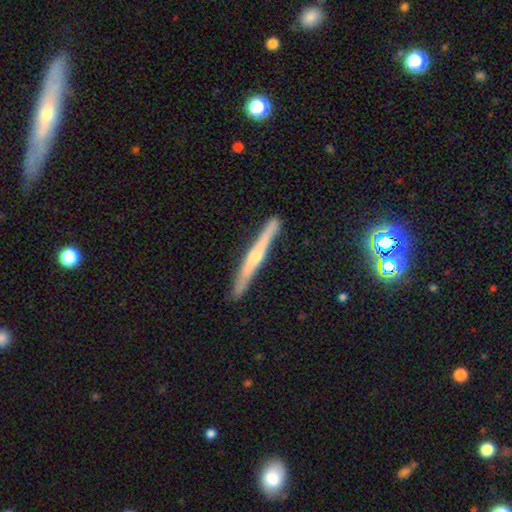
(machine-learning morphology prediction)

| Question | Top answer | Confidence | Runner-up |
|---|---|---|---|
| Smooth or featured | featured or disk | 71% | smooth (21%) |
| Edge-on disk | yes | 97% | no (3%) |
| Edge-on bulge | rounded | 79% | none (16%) |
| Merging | none | 89% | minor disturbance (8%) |